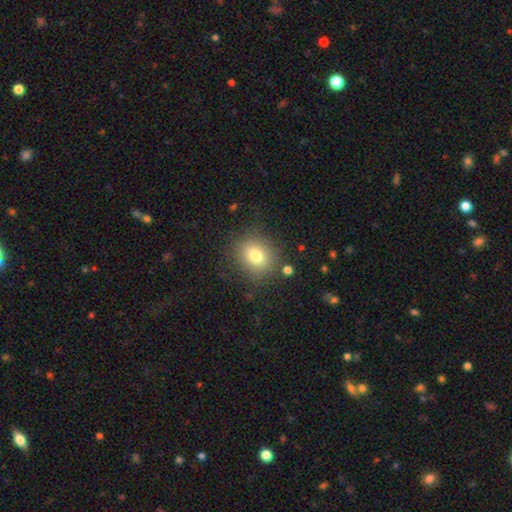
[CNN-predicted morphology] type=smooth (77%); roundness=round (67%); merging=none (82%).